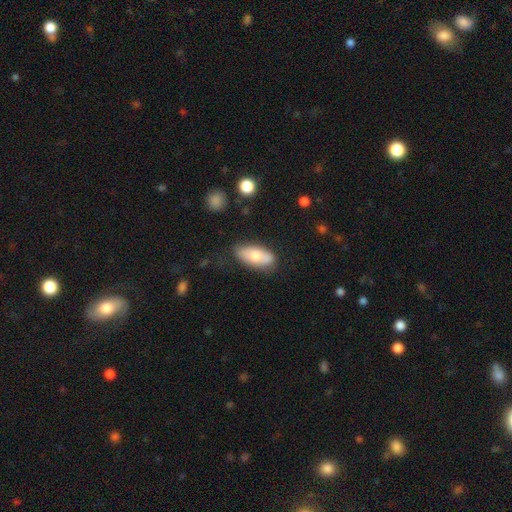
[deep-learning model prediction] Overall: smooth (70%). How rounded: in between (89%). Merging: none (73%).